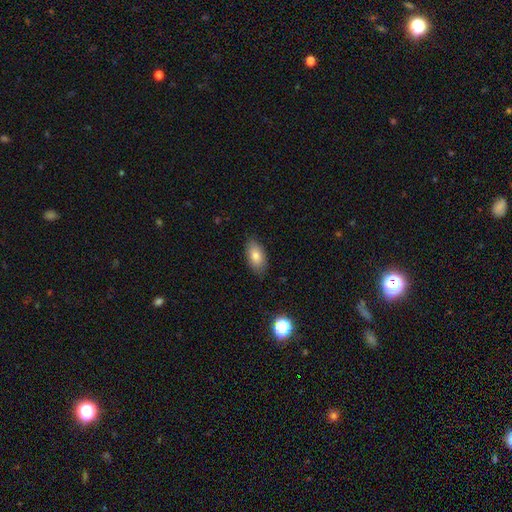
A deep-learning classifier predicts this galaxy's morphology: A smooth galaxy with no disk features (80%) that is in between round and cigar-shaped (91%).

Vote fractions:
- Smooth or featured? smooth: 80% / featured or disk: 12% / star or artifact: 8%
- How rounded? in between: 91% / cigar-shaped: 5% / round: 4%
- Merging? none: 85% / minor disturbance: 12% / major disturbance: 2% / merger: 1%